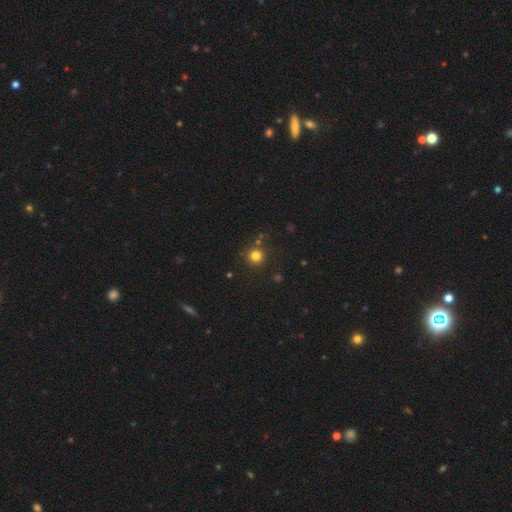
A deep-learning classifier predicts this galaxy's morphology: smooth_or_featured: smooth (p=0.80) [alt: star or artifact p=0.15]
how_rounded: round (p=0.95) [alt: in between p=0.04]
merging: none (p=0.85) [alt: minor disturbance p=0.08]